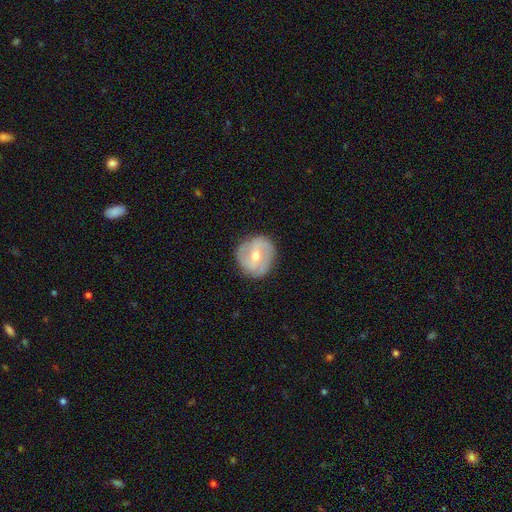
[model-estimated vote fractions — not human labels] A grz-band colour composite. It shows a featured or disk galaxy (68%) with a weak bar (46%), 2 (65%) medium (42%) spiral arms (81%) and a moderate central bulge (59%). Merging: none (84%).